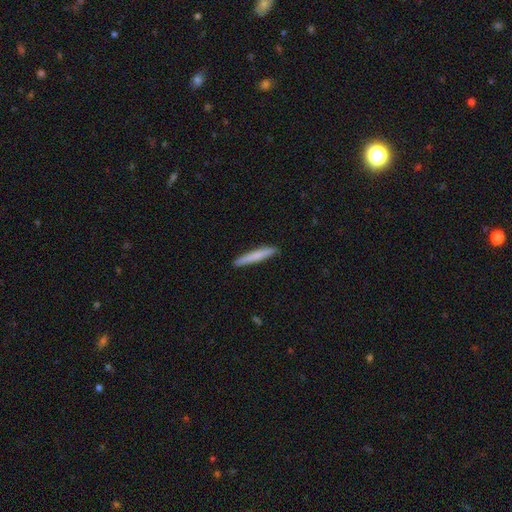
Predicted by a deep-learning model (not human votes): smooth_or_featured: smooth (p=0.74) [alt: featured or disk p=0.21]
how_rounded: cigar-shaped (p=0.96) [alt: in between p=0.03]
merging: none (p=0.90) [alt: minor disturbance p=0.07]